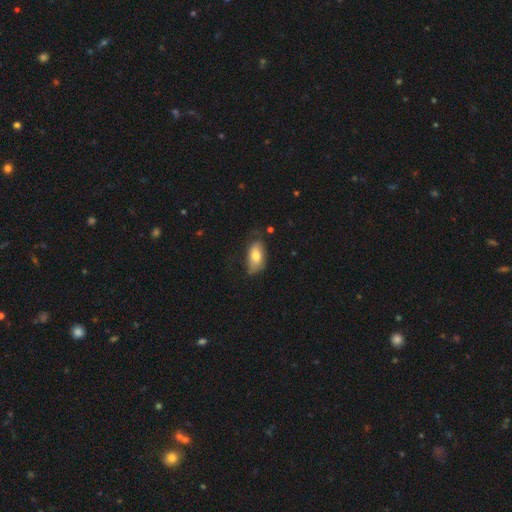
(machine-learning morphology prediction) smooth_or_featured: smooth (p=0.75) [alt: featured or disk p=0.19]
how_rounded: in between (p=0.92) [alt: cigar-shaped p=0.05]
merging: none (p=0.58) [alt: minor disturbance p=0.31]